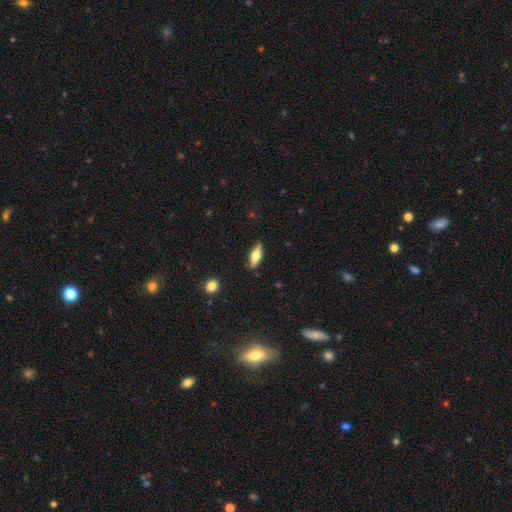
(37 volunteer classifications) A featured or disk galaxy (54%) viewed edge-on (100%) with a rounded central bulge (90%).

Vote fractions:
- Smooth or featured? featured or disk: 54% / smooth: 41% / star or artifact: 5%
- Edge-on disk? yes: 100% / no: 0%
- Edge-on bulge? rounded: 90% / boxy: 5% / none: 5%
- Merging? none: 91% / minor disturbance: 6% / merger: 3% / major disturbance: 0%